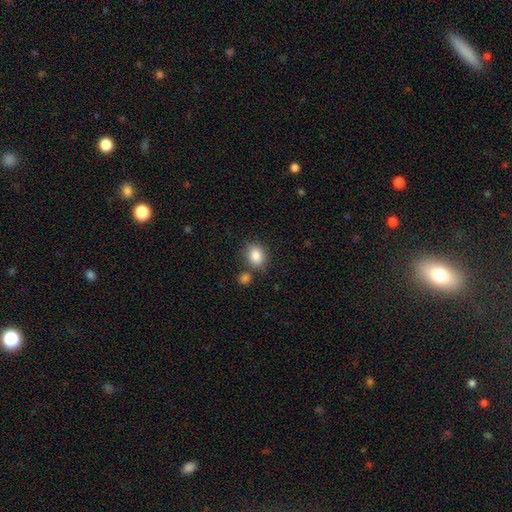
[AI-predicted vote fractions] Q: Smooth or featured?
A: smooth (86%); runner-up: star or artifact (9%)
Q: How rounded?
A: in between (51%); runner-up: round (48%)
Q: Merging?
A: none (72%); runner-up: minor disturbance (13%)